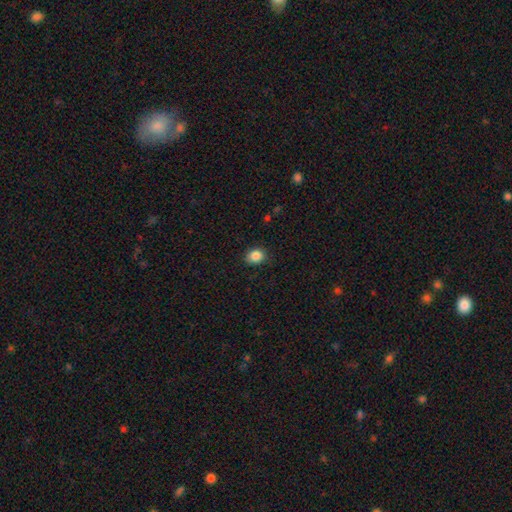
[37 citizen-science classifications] A smooth galaxy with no disk features (97%) that is round (64%).

Vote fractions:
- Smooth or featured? smooth: 97% / featured or disk: 3% / star or artifact: 0%
- How rounded? round: 64% / in between: 36% / cigar-shaped: 0%
- Merging? none: 89% / minor disturbance: 8% / major disturbance: 3% / merger: 0%